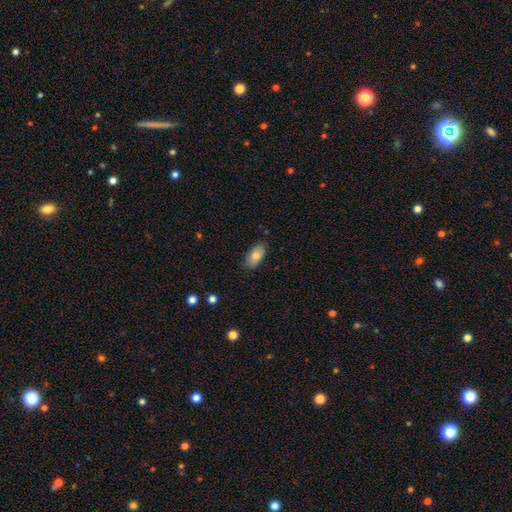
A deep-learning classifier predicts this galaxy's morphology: The model was most divided on "smooth or featured": smooth: 79%, featured or disk: 14%, star or artifact: 7%. More confident: how rounded — in between (92%); merging — none (84%).